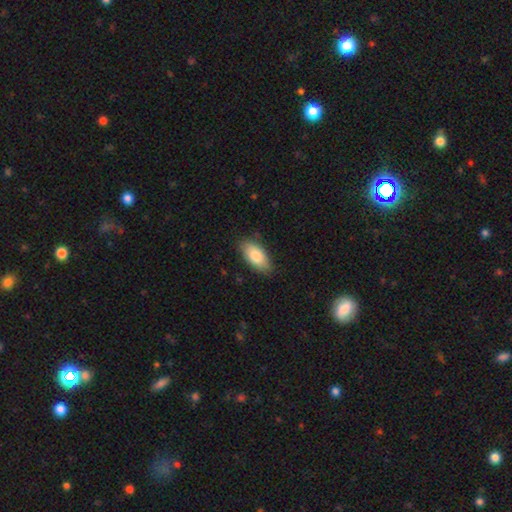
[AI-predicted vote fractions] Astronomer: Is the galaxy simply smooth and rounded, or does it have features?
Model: smooth — 82%.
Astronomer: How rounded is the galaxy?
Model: in between — 91%.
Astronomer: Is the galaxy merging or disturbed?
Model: none — 84%.